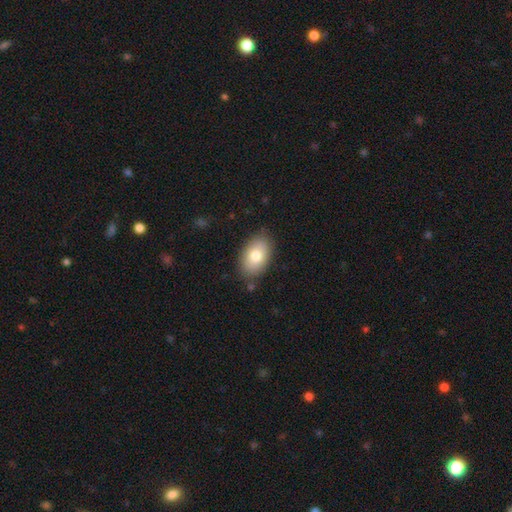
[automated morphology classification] Smooth or featured?
  - smooth: 79% *
  - featured or disk: 14%
  - star or artifact: 7%
How rounded?
  - in between: 91% *
  - round: 8%
  - cigar-shaped: 1%
Merging?
  - none: 84% *
  - minor disturbance: 12%
  - major disturbance: 3%
  - merger: 2%